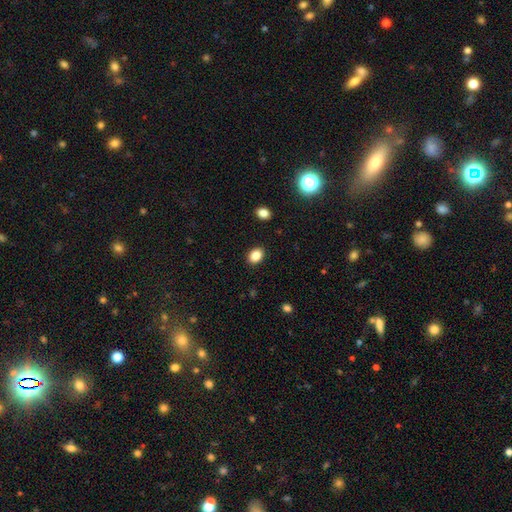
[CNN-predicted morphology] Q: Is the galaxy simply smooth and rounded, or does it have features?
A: smooth — 87%.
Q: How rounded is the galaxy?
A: in between — 69%.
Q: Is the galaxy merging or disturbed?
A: none — 89%.